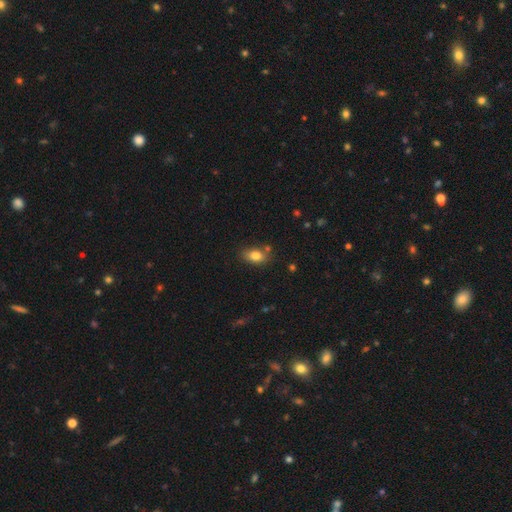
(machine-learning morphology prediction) The model was most divided on "merging": none: 72%, minor disturbance: 16%, merger: 8%, major disturbance: 4%. More confident: how rounded — in between (84%); smooth or featured — smooth (81%).